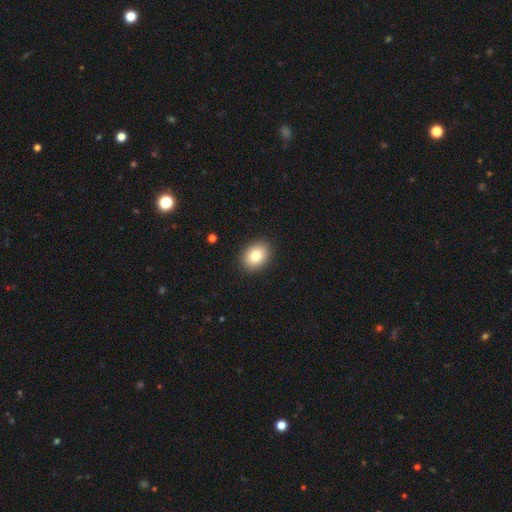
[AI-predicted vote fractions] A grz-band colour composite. It shows a smooth galaxy with no disk features (82%) that is in between round and cigar-shaped (60%). Merging: none (90%).